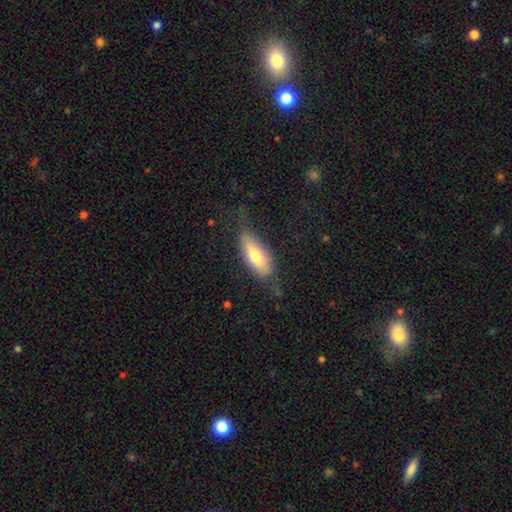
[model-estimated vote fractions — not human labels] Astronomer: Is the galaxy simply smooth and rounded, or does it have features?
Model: smooth — 62%.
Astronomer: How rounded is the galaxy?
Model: in between — 74%.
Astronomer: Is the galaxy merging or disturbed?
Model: none — 58%.